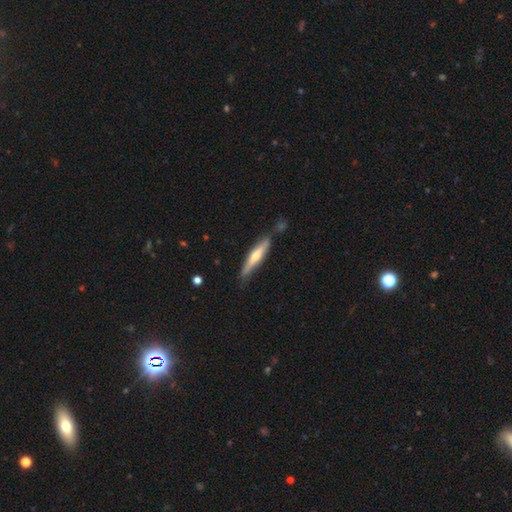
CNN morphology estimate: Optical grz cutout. It shows a featured or disk galaxy (59%) viewed edge-on (91%) with a rounded central bulge (81%). Merging: none (71%).